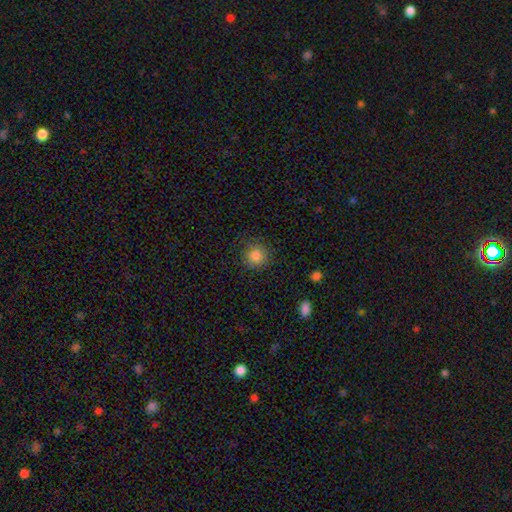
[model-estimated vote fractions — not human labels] Morphology: type=smooth (83%); roundness=round (93%); merging=none (86%).